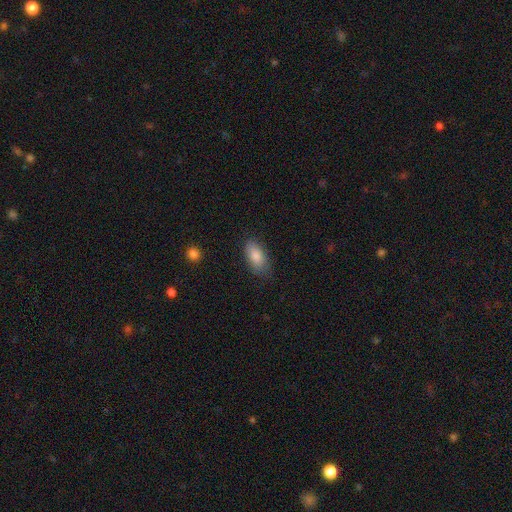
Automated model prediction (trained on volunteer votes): This appears to be a smooth galaxy with no disk features (83%) that is in between round and cigar-shaped (90%). Merging: none (76%).